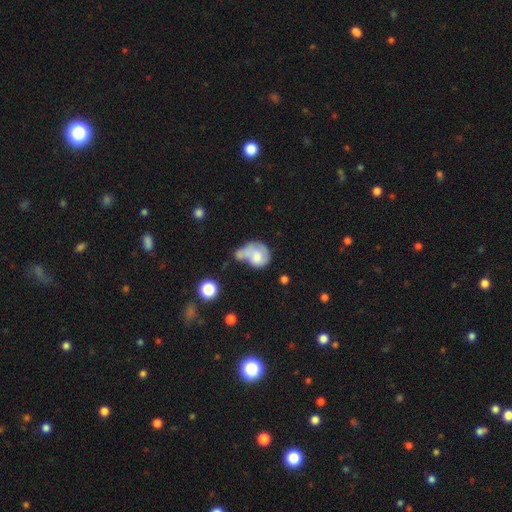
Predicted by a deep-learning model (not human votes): Smooth or featured? Predicted: smooth (p=0.60). How rounded? Predicted: round (p=0.53). Merging? Predicted: merger (p=0.42).